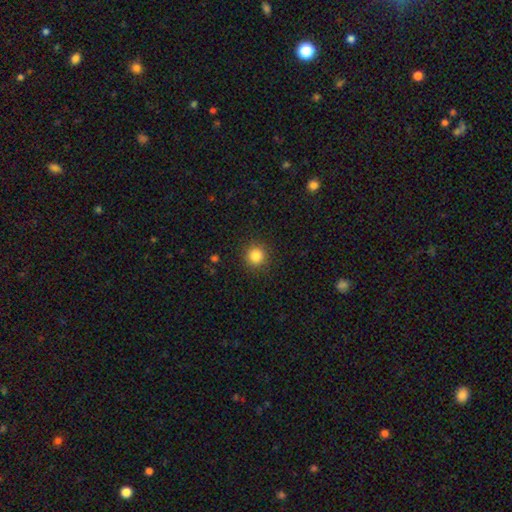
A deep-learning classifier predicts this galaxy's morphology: This is clearly a smooth galaxy (84%). How rounded: clearly round (93%). Merging: clearly none (90%).